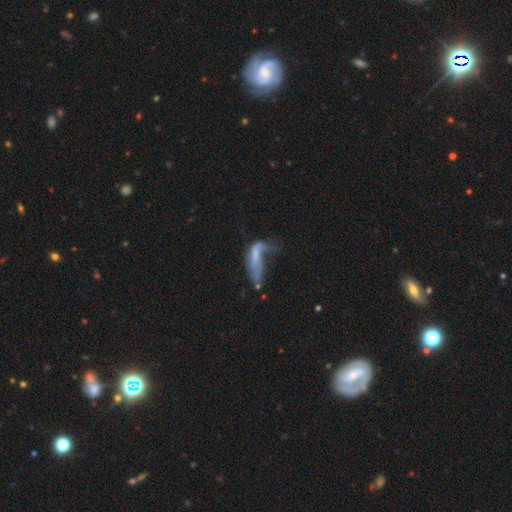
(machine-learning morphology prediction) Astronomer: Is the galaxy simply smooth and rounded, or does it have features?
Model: featured or disk — 46% (runner-up: smooth, 42%).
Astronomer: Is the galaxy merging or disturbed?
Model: major disturbance — 50%.